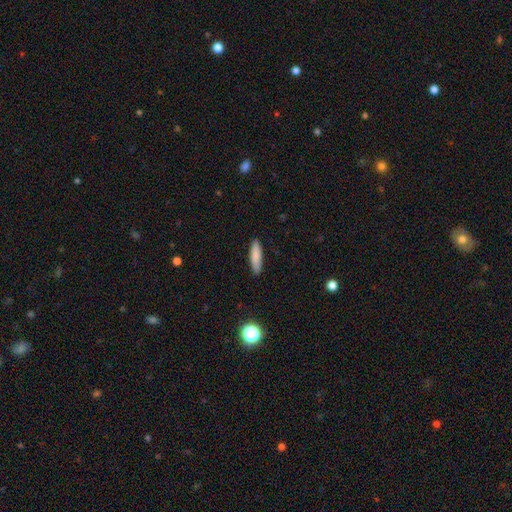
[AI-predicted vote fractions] smooth-or-featured: smooth: 85% | featured or disk: 9% | star or artifact: 7%
  how-rounded: cigar-shaped: 67% | in between: 32% | round: 2%
  merging: none: 89% | minor disturbance: 9% | major disturbance: 2% | merger: 1%